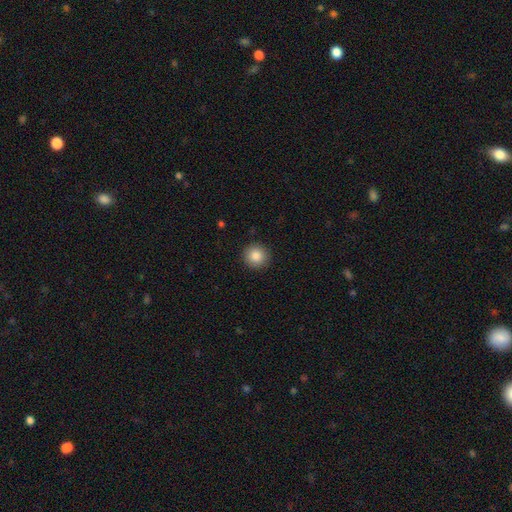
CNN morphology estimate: Smooth or featured? smooth (86%)
How rounded? round (94%)
Merging? none (92%)